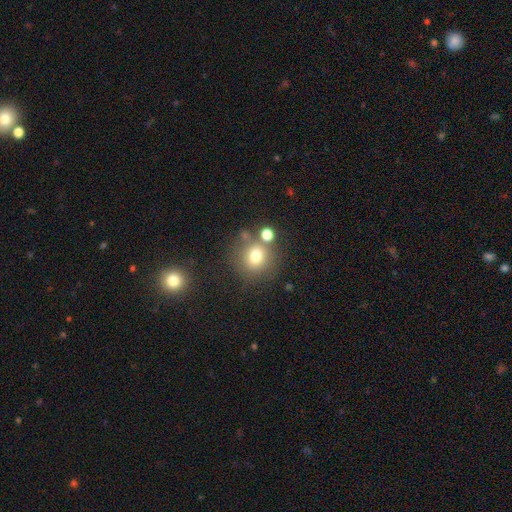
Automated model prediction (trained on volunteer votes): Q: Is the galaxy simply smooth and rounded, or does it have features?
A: smooth — 75%.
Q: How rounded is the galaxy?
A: round — 85%.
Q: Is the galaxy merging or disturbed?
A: none — 66%.